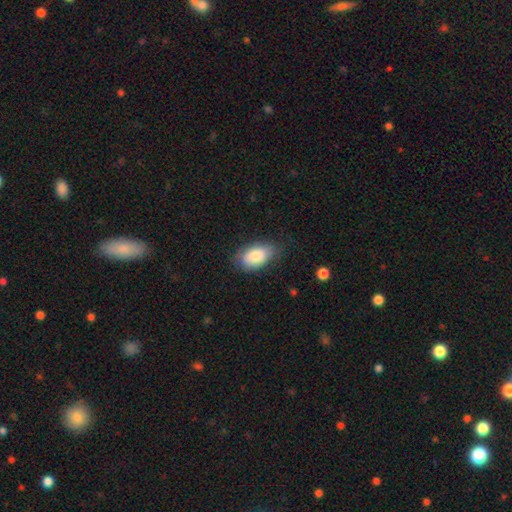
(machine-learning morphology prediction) The model was most divided on "merging": none: 69%, minor disturbance: 24%, major disturbance: 5%, merger: 1%. More confident: how rounded — in between (92%); smooth or featured — smooth (83%).